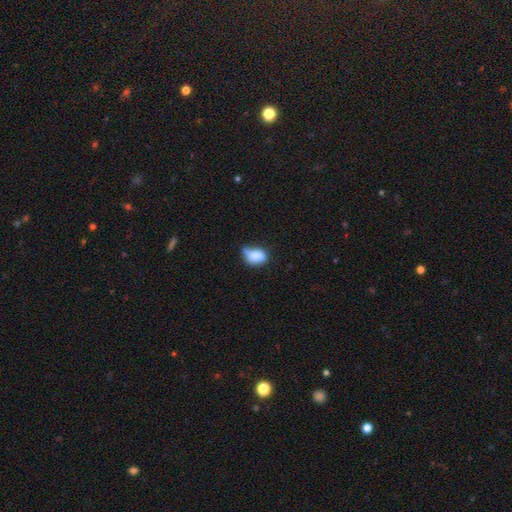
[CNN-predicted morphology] smooth_or_featured: smooth (p=0.82) [alt: star or artifact p=0.09]
how_rounded: in between (p=0.79) [alt: round p=0.20]
merging: minor disturbance (p=0.36) [alt: none p=0.35]